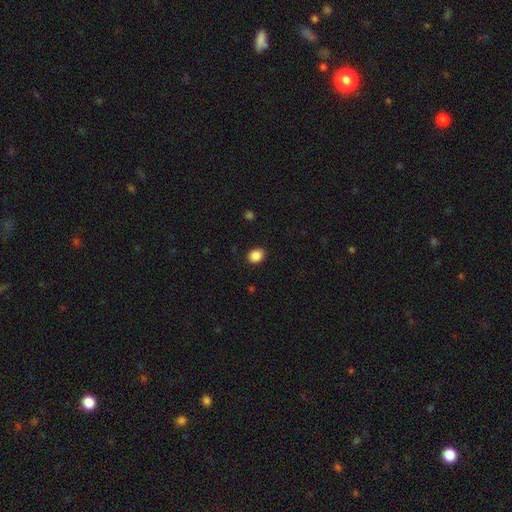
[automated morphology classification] smooth-or-featured: smooth: 88% | star or artifact: 9% | featured or disk: 3%
  how-rounded: round: 58% | in between: 41% | cigar-shaped: 1%
  merging: none: 90% | minor disturbance: 7% | major disturbance: 2% | merger: 1%